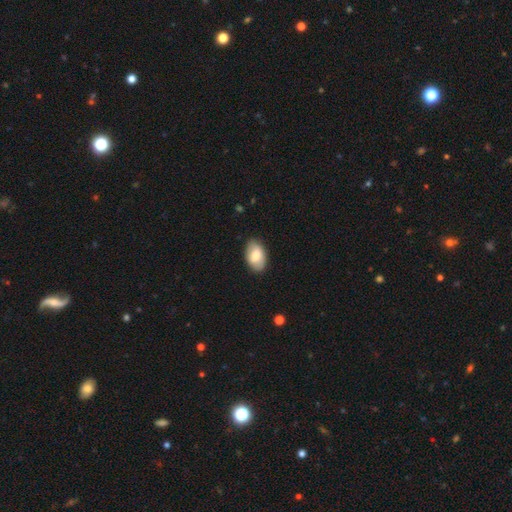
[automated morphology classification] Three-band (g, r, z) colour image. It shows a smooth galaxy with no disk features (74%) that is in between round and cigar-shaped (93%). Merging: none (84%).